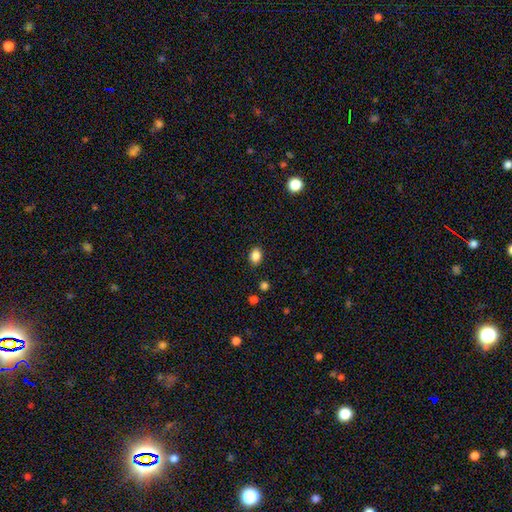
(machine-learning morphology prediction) Q: Smooth or featured?
A: smooth (86%); runner-up: star or artifact (10%)
Q: How rounded?
A: in between (62%); runner-up: round (37%)
Q: Merging?
A: none (87%); runner-up: minor disturbance (9%)